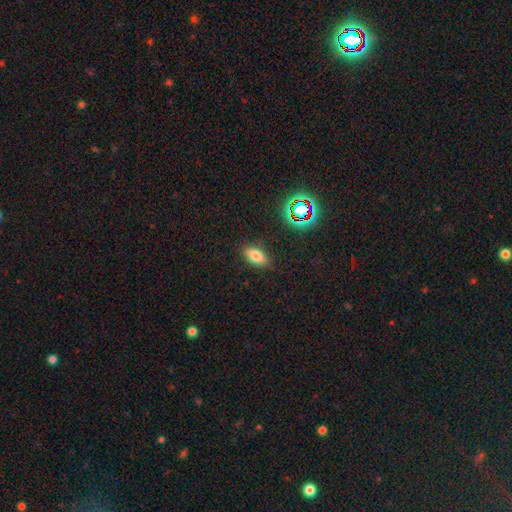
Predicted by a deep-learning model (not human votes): Overall: smooth (75%). How rounded: in between (86%). Merging: none (86%).